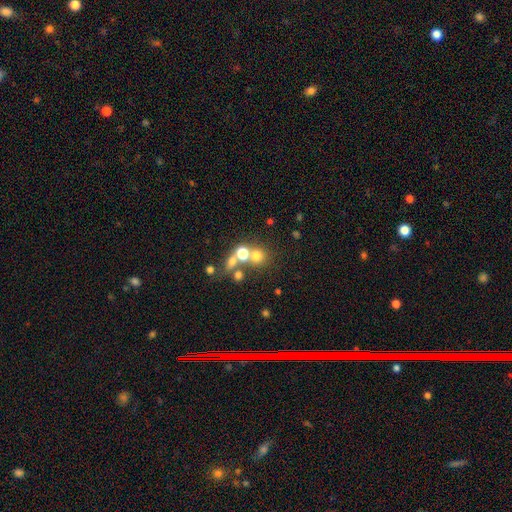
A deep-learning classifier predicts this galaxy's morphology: type=smooth (65%); roundness=round (86%); merging=none (55%).